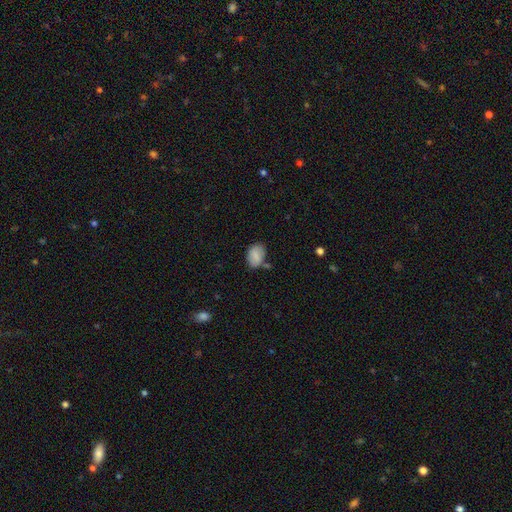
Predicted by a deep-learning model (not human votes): A smooth galaxy with no disk features (83%) that is in between round and cigar-shaped (82%).

Vote fractions:
- Smooth or featured? smooth: 83% / featured or disk: 9% / star or artifact: 8%
- How rounded? in between: 82% / round: 17% / cigar-shaped: 1%
- Merging? none: 66% / minor disturbance: 21% / merger: 9% / major disturbance: 5%